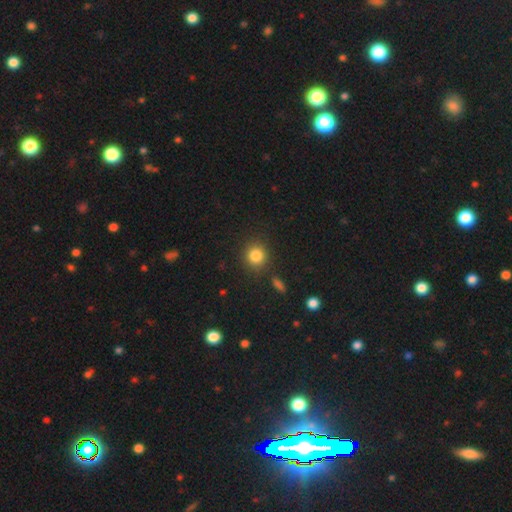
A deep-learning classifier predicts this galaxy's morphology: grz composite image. It shows a smooth galaxy with no disk features (84%) that is round (88%). Merging: none (86%).